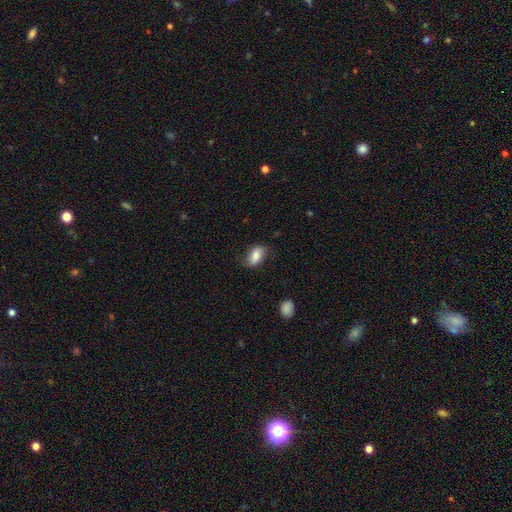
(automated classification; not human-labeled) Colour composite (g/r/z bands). It shows a smooth galaxy with no disk features (80%) that is in between round and cigar-shaped (90%). Merging: none (74%).